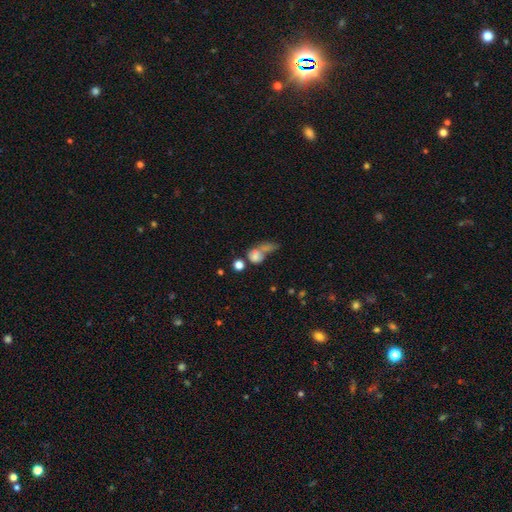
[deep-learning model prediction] smooth_or_featured: smooth (p=0.64) [alt: featured or disk p=0.21]
how_rounded: in between (p=0.51) [alt: round p=0.45]
merging: merger (p=0.51) [alt: none p=0.21]